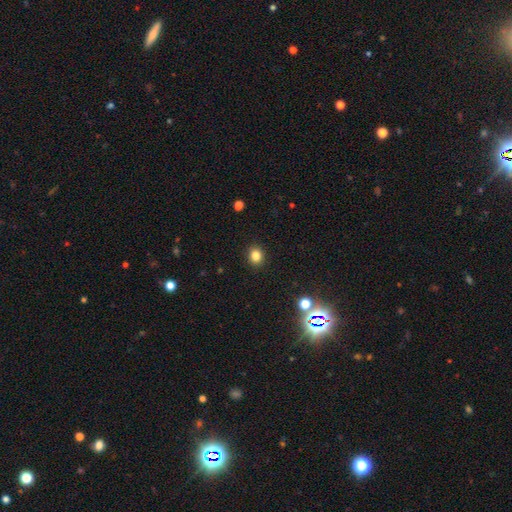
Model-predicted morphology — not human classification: A smooth galaxy with no disk features (82%) that is round (70%).

Vote fractions:
- Smooth or featured? smooth: 82% / star or artifact: 13% / featured or disk: 5%
- How rounded? round: 70% / in between: 29% / cigar-shaped: 1%
- Merging? none: 91% / minor disturbance: 6% / major disturbance: 2% / merger: 1%